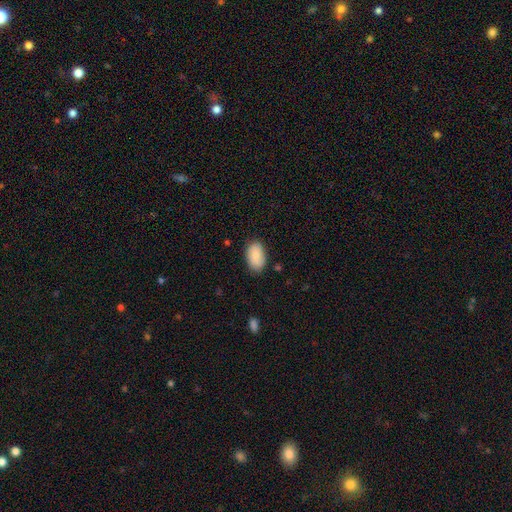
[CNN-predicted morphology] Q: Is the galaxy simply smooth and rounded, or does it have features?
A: smooth — 87%.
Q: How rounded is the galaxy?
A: in between — 93%.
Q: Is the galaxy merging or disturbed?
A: none — 82%.